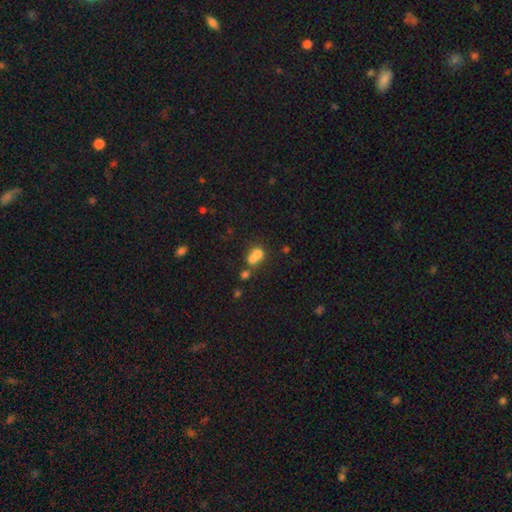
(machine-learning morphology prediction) smooth 67%, featured or disk 19%, star or artifact 13%. Down the decision tree: how rounded — round (72%); merging — merger (65%).